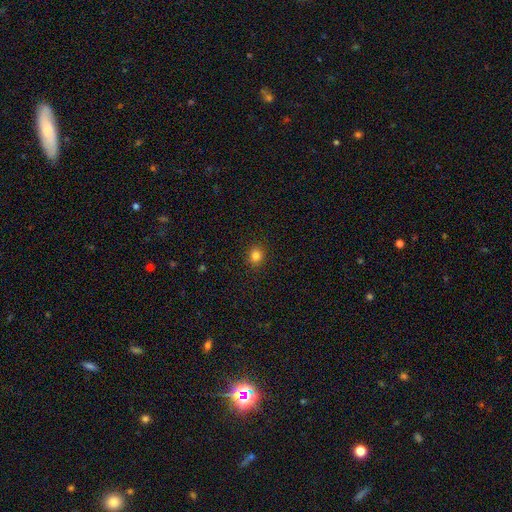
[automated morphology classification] This is clearly a smooth galaxy (82%). How rounded: likely round (80%). Merging: clearly none (91%).